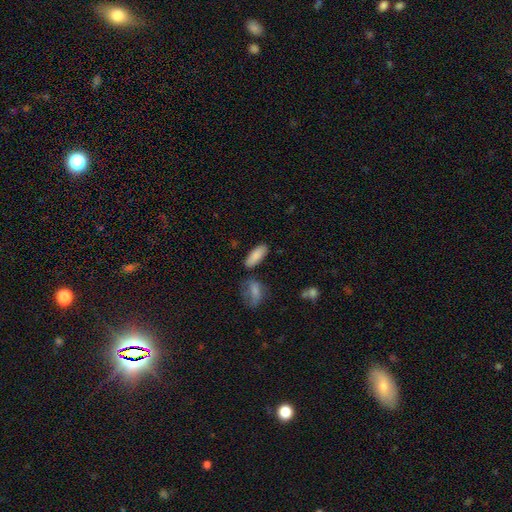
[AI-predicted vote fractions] Smooth or featured? smooth (86%)
How rounded? in between (72%)
Merging? none (78%)